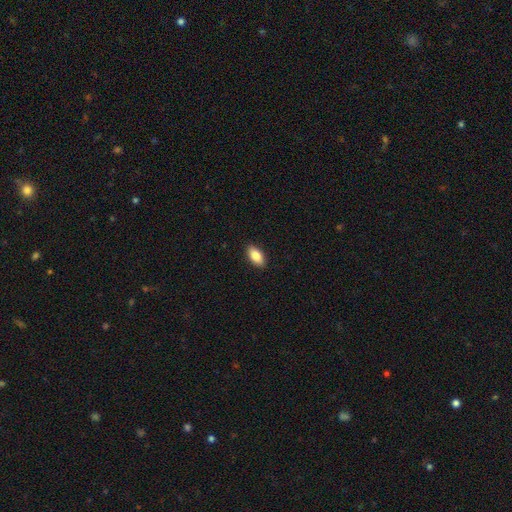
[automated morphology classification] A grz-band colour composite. It shows a smooth galaxy with no disk features (85%) that is in between round and cigar-shaped (91%). Merging: none (90%).